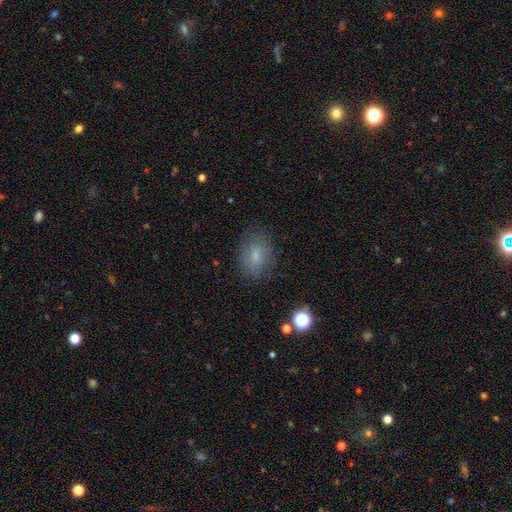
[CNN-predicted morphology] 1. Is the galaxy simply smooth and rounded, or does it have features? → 73% smooth, 16% featured or disk, 11% star or artifact.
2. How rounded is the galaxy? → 72% in between, 26% round, 2% cigar-shaped.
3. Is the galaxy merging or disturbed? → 76% none, 16% minor disturbance, 6% major disturbance, 1% merger.